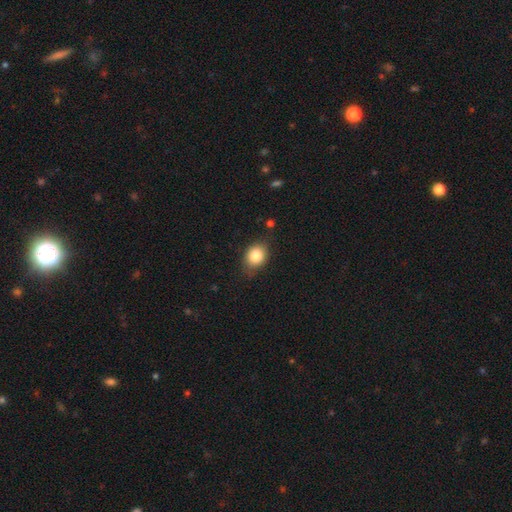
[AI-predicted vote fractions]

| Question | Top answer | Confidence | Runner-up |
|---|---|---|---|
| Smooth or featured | smooth | 82% | star or artifact (9%) |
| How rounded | in between | 53% | round (46%) |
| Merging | none | 75% | minor disturbance (19%) |